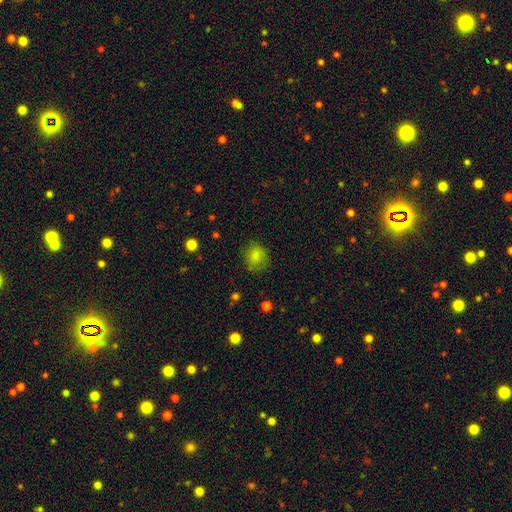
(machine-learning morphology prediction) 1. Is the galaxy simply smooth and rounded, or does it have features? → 81% smooth, 11% star or artifact, 7% featured or disk.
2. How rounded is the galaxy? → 69% round, 30% in between, 1% cigar-shaped.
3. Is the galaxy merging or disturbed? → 73% none, 18% minor disturbance, 7% major disturbance, 2% merger.